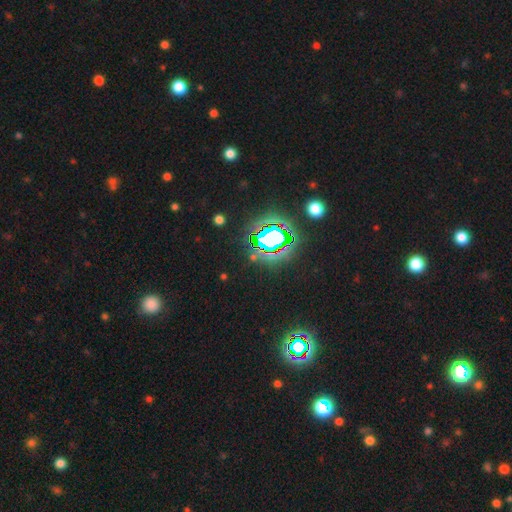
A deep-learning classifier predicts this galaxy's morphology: smooth_or_featured: star or artifact (p=0.74) [alt: smooth p=0.15]